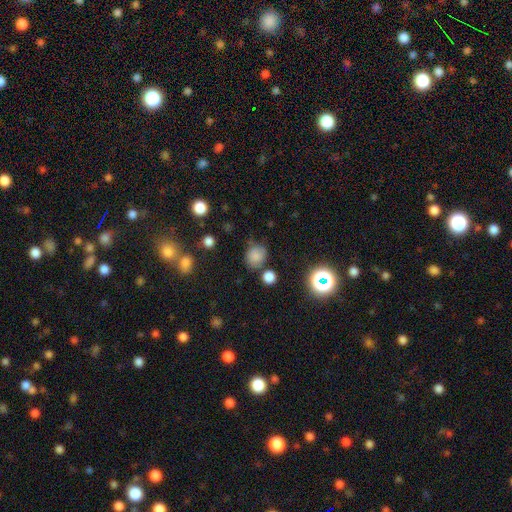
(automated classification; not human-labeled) Smooth or featured: smooth — 78% (star or artifact — 15%)
How rounded: round — 74% (in between — 25%)
Merging: none — 71% (minor disturbance — 16%)